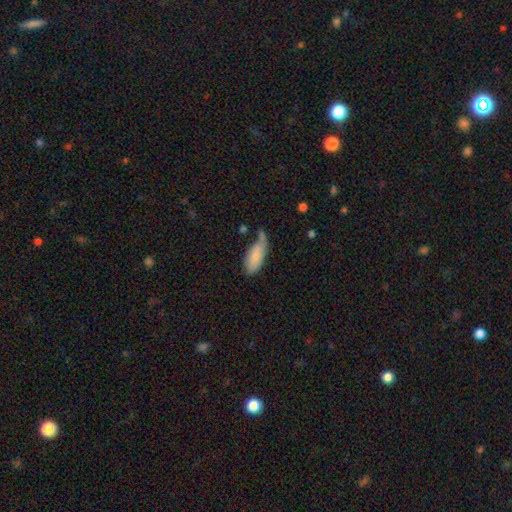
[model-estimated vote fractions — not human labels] Smooth or featured? smooth (79%)
How rounded? in between (82%)
Merging? none (39%)